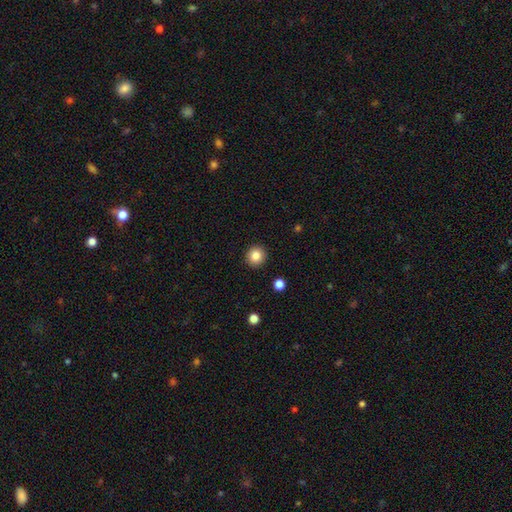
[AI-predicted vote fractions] The model was most divided on "smooth or featured": smooth: 84%, star or artifact: 10%, featured or disk: 6%. More confident: how rounded — round (92%); merging — none (92%).